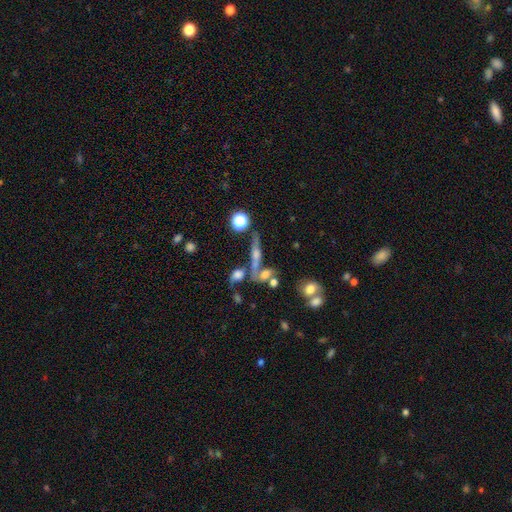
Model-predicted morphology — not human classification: This is possibly a featured or disk galaxy (56%). It is clearly viewed edge-on (81%). Merging: possibly none (52%).